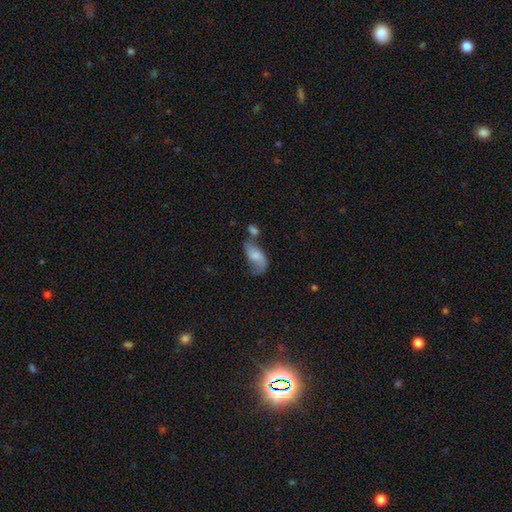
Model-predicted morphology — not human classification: smooth 52%, featured or disk 39%, star or artifact 8%. Down the decision tree: how rounded — in between (90%); merging — none (29%).